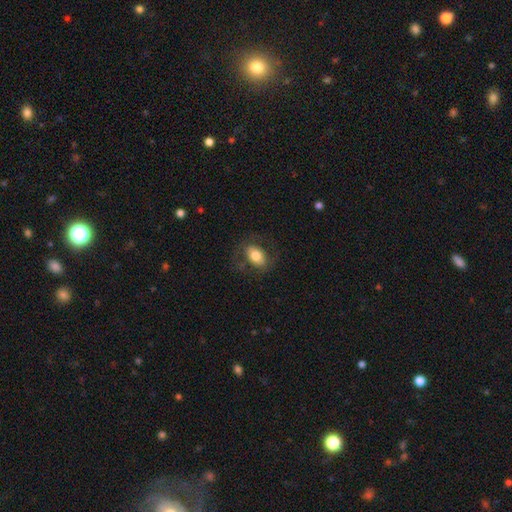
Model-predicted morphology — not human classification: type=smooth (69%); roundness=in between (80%); merging=none (72%).